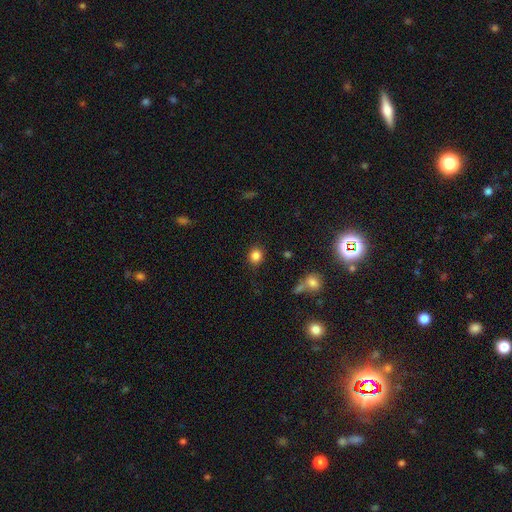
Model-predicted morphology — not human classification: type=smooth (84%); roundness=round (78%); merging=none (86%).